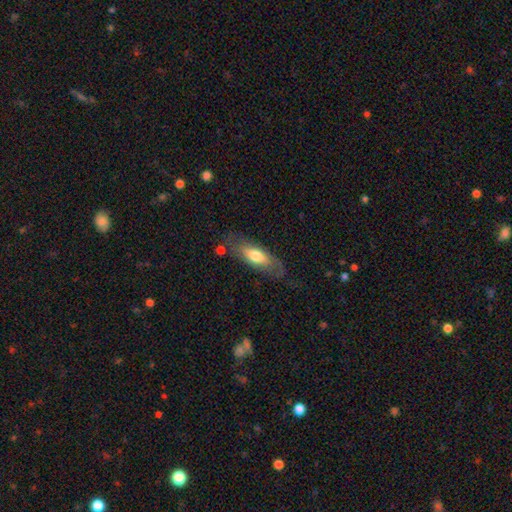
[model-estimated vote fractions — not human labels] A smooth galaxy with no disk features (58%) that is in between round and cigar-shaped (65%).

Vote fractions:
- Smooth or featured? smooth: 58% / featured or disk: 36% / star or artifact: 6%
- How rounded? in between: 65% / cigar-shaped: 33% / round: 3%
- Merging? none: 66% / minor disturbance: 21% / major disturbance: 9% / merger: 3%